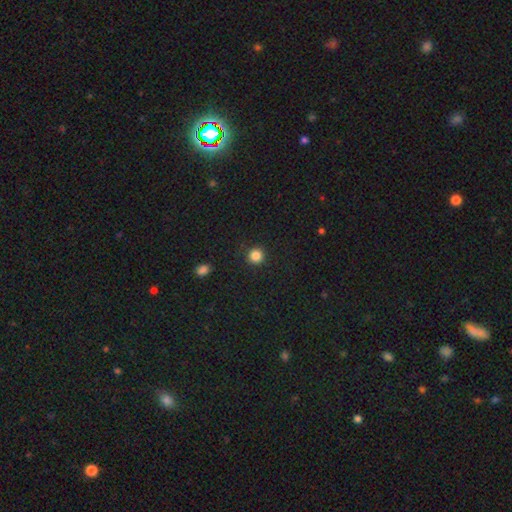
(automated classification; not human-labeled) This is clearly a smooth galaxy (85%). How rounded: clearly round (95%). Merging: clearly none (92%).